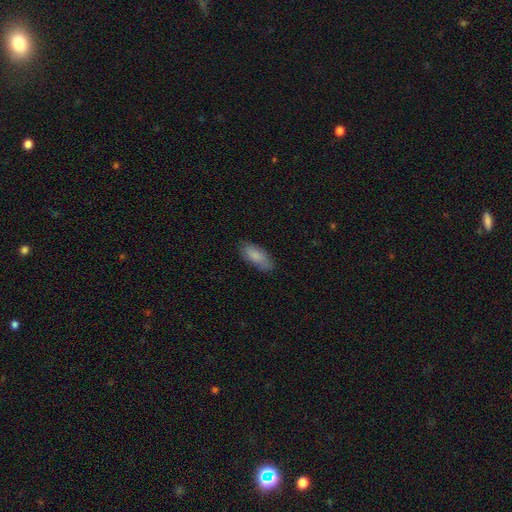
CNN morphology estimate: A smooth galaxy with no disk features (83%) that is in between round and cigar-shaped (82%).

Vote fractions:
- Smooth or featured? smooth: 83% / featured or disk: 11% / star or artifact: 6%
- How rounded? in between: 82% / cigar-shaped: 16% / round: 2%
- Merging? none: 78% / minor disturbance: 17% / major disturbance: 3% / merger: 1%